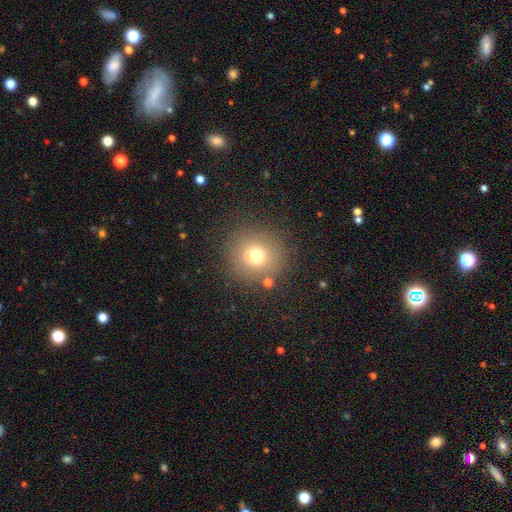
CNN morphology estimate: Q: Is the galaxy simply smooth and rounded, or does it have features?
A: smooth — 67%.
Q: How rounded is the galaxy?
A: round — 93%.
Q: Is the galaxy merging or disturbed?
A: none — 74%.